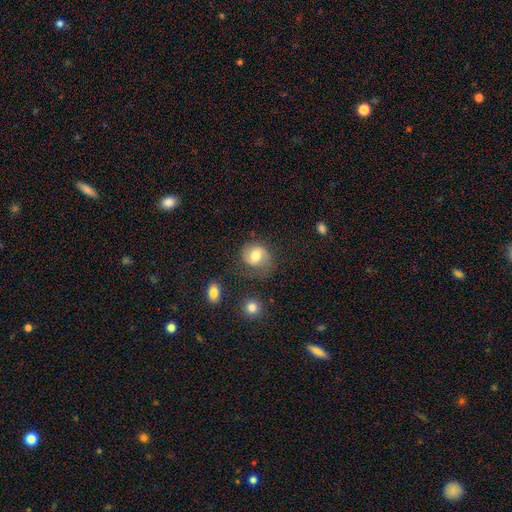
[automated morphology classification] smooth-or-featured: smooth: 51% | featured or disk: 41% | star or artifact: 9%
  how-rounded: round: 68% | in between: 31% | cigar-shaped: 1%
  merging: none: 67% | minor disturbance: 21% | major disturbance: 9% | merger: 3%